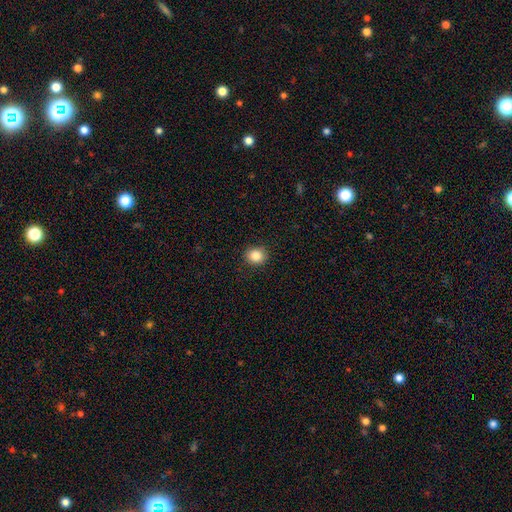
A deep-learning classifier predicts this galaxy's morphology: The model was most divided on "how rounded": round: 75%, in between: 24%, cigar-shaped: 1%. More confident: merging — none (89%); smooth or featured — smooth (86%).